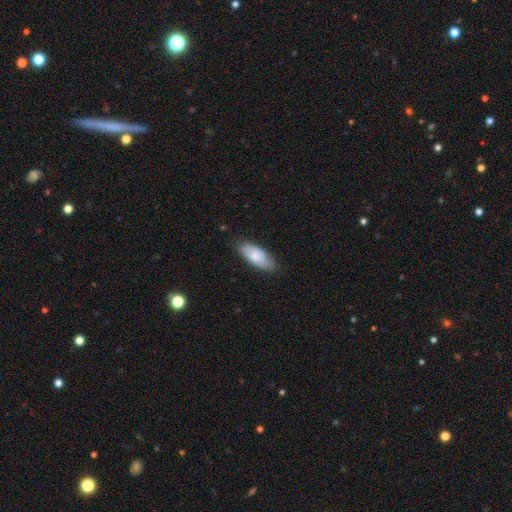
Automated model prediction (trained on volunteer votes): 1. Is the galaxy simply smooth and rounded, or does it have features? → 78% smooth, 16% featured or disk, 6% star or artifact.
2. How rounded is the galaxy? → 83% in between, 15% cigar-shaped, 2% round.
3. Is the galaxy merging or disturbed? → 77% none, 19% minor disturbance, 3% major disturbance, 1% merger.